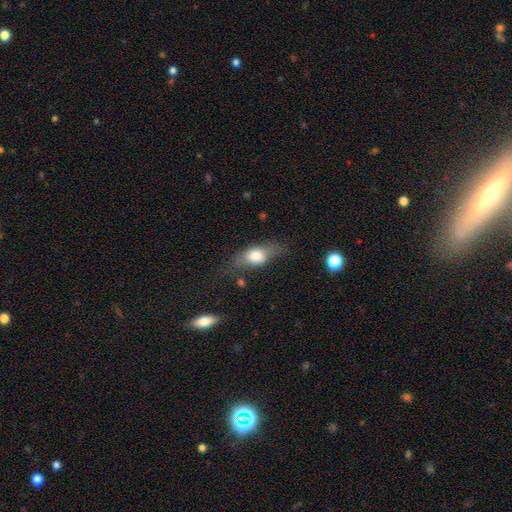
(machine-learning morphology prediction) smooth 64%, featured or disk 28%, star or artifact 8%. Down the decision tree: how rounded — in between (75%); merging — none (54%).